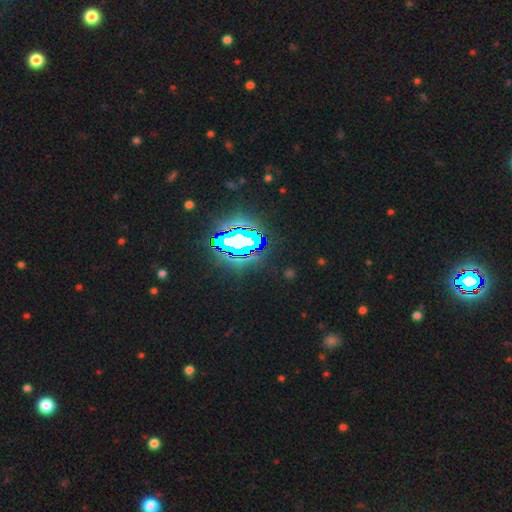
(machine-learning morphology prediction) Smooth or featured?
  - star or artifact: 81% *
  - smooth: 11%
  - featured or disk: 8%